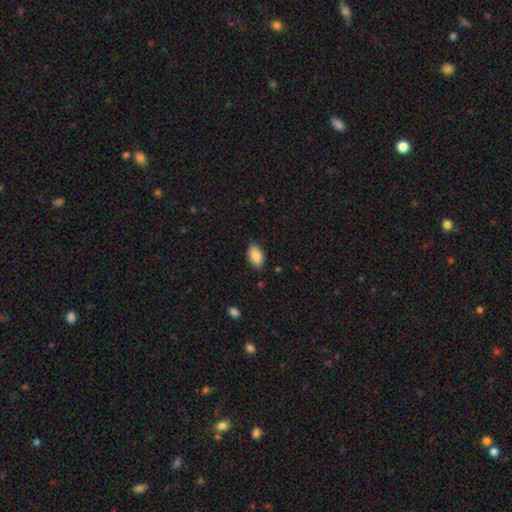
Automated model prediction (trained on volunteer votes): This appears to be a smooth galaxy with no disk features (87%) that is in between round and cigar-shaped (92%). Merging: none (83%).